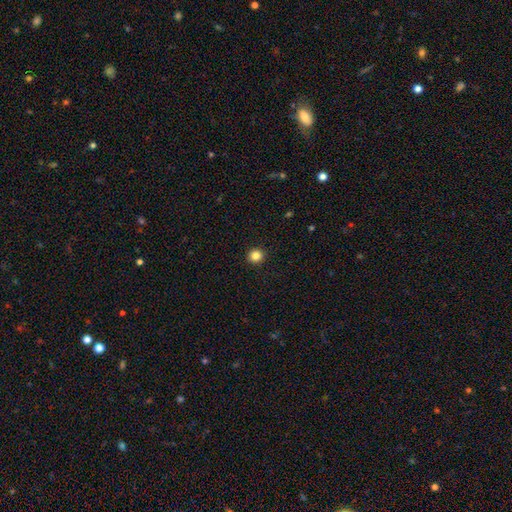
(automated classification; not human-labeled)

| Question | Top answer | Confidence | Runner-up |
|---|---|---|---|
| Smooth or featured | smooth | 84% | star or artifact (11%) |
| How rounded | round | 91% | in between (8%) |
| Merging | none | 93% | minor disturbance (5%) |